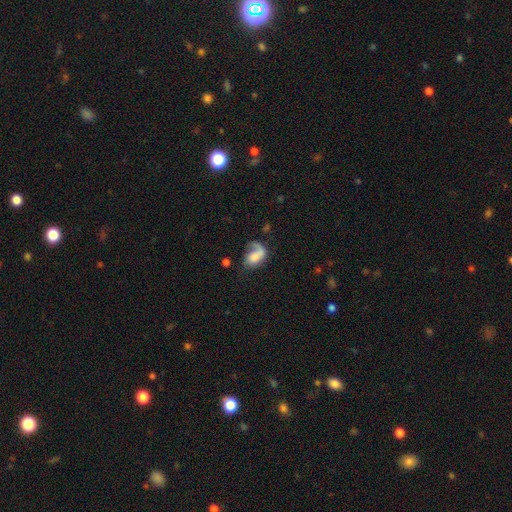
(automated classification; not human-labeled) featured or disk 48%, smooth 44%, star or artifact 8%. Down the decision tree: merging — major disturbance (38%).